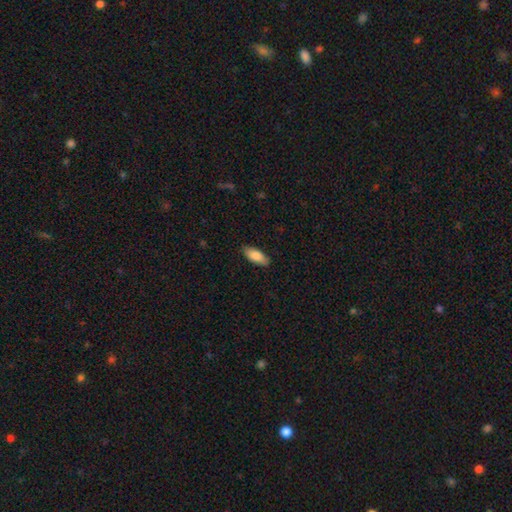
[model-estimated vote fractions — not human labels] smooth_or_featured: smooth (p=0.87) [alt: featured or disk p=0.07]
how_rounded: in between (p=0.82) [alt: cigar-shaped p=0.16]
merging: none (p=0.86) [alt: minor disturbance p=0.11]